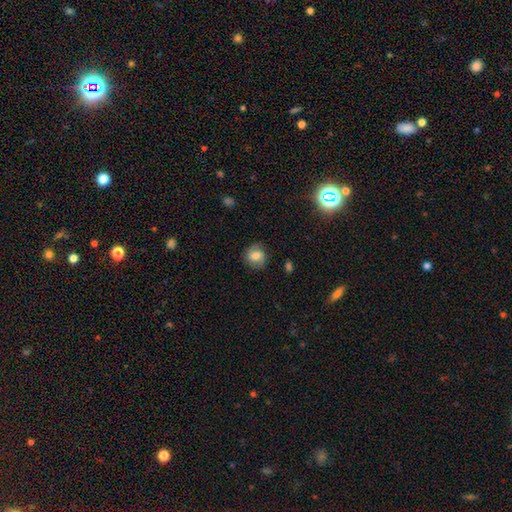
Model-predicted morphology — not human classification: This appears to be a smooth galaxy with no disk features (58%) that is round (76%). Merging: none (78%).